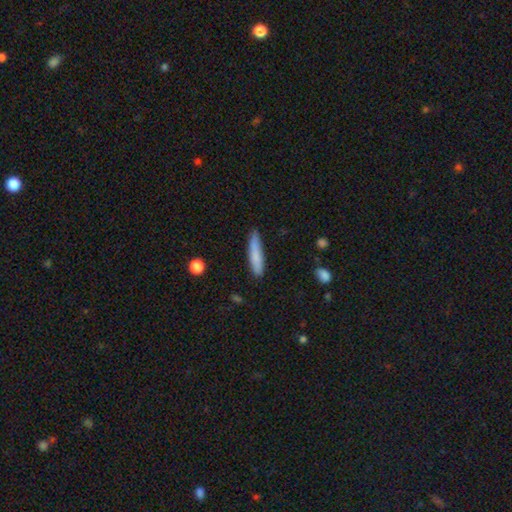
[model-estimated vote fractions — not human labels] smooth_or_featured: smooth (p=0.81) [alt: featured or disk p=0.13]
how_rounded: cigar-shaped (p=0.87) [alt: in between p=0.12]
merging: none (p=0.80) [alt: minor disturbance p=0.16]